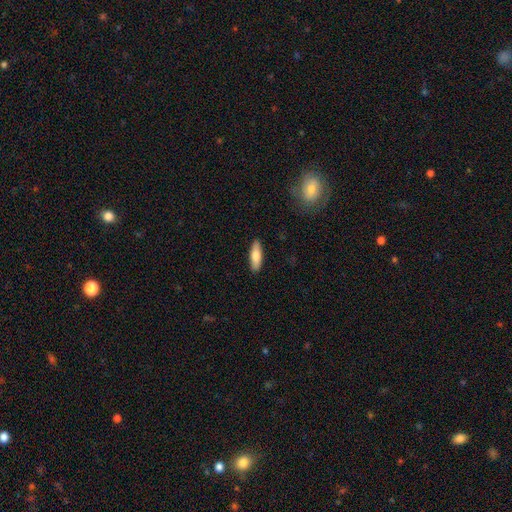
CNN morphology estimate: Smooth or featured? smooth (74%)
How rounded? in between (49%, tied with cigar-shaped)
Merging? none (89%)